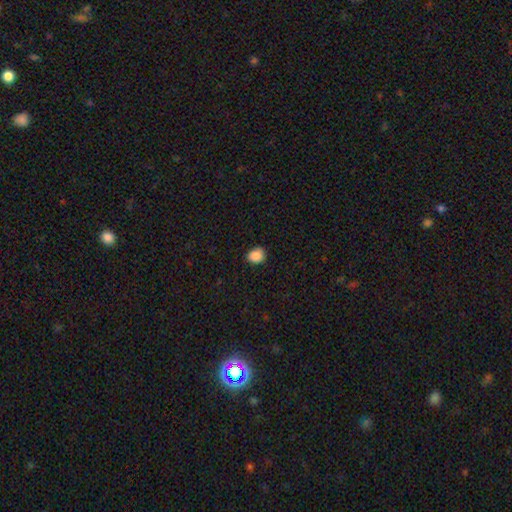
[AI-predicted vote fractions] smooth-or-featured: smooth: 87% | star or artifact: 9% | featured or disk: 4%
  how-rounded: round: 63% | in between: 36% | cigar-shaped: 1%
  merging: none: 81% | minor disturbance: 15% | major disturbance: 2% | merger: 1%